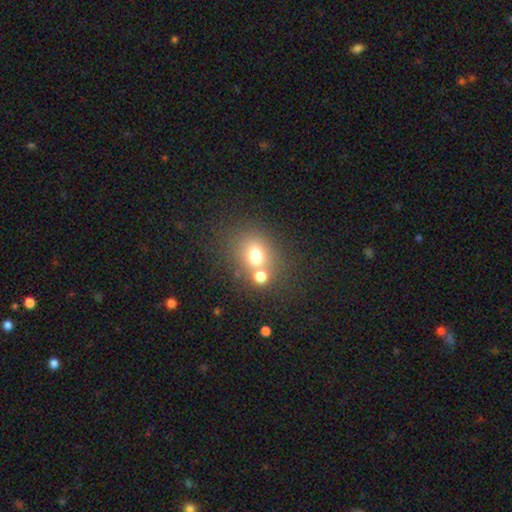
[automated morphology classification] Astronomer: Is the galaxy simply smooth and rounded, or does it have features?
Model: smooth — 70%.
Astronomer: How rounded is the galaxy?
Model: round — 63%.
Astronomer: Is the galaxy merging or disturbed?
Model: none — 49% (runner-up: merger, 37%).